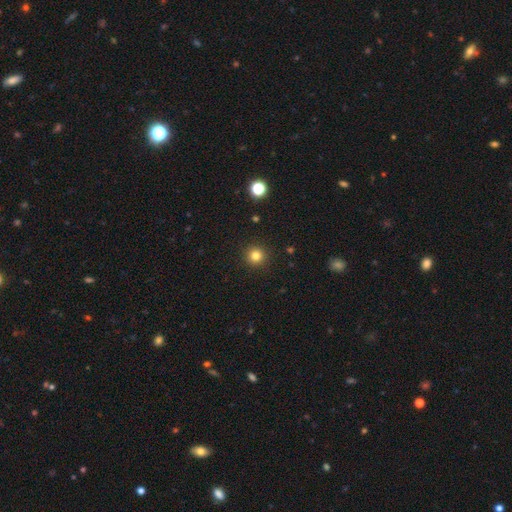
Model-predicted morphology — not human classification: smooth 81%, star or artifact 14%, featured or disk 5%. Down the decision tree: how rounded — round (95%); merging — none (92%).